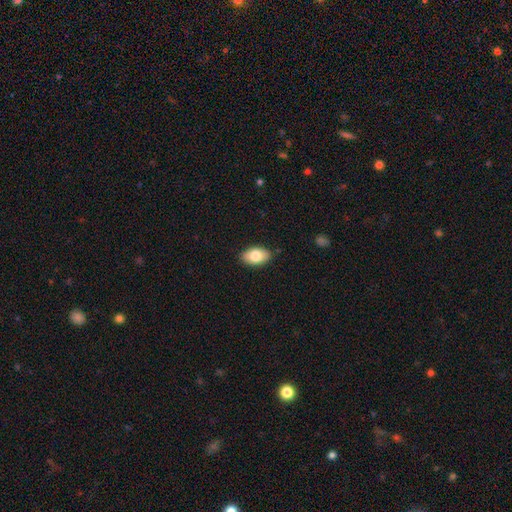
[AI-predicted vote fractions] smooth 81%, featured or disk 13%, star or artifact 7%. Down the decision tree: how rounded — in between (93%); merging — none (86%).